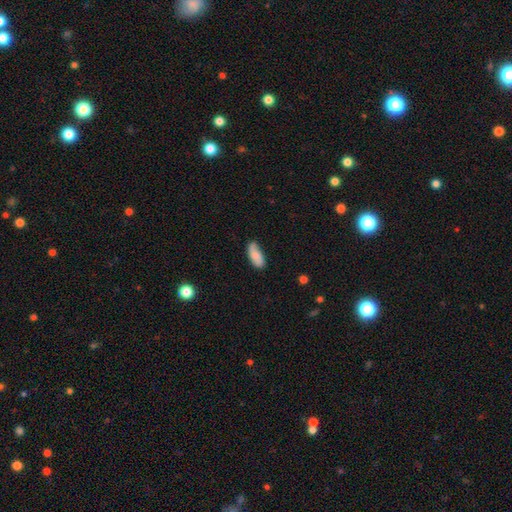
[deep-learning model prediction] Q: Smooth or featured?
A: smooth (78%); runner-up: featured or disk (16%)
Q: How rounded?
A: in between (81%); runner-up: cigar-shaped (17%)
Q: Merging?
A: none (67%); runner-up: minor disturbance (26%)